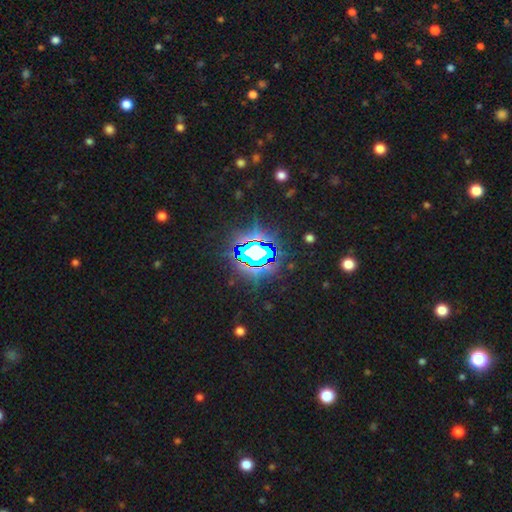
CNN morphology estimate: Smooth or featured? Predicted: star or artifact (p=0.79).